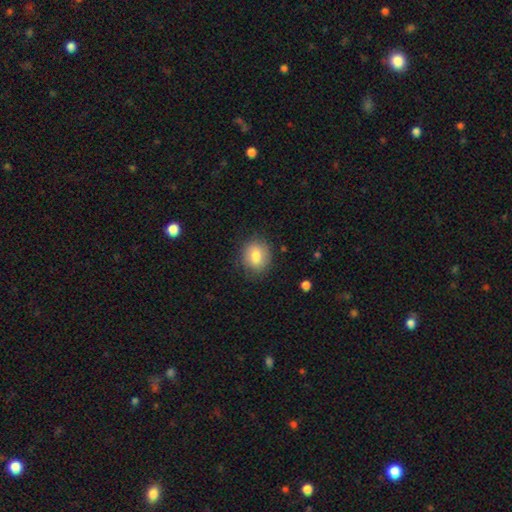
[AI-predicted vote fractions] Q: Smooth or featured?
A: smooth (79%); runner-up: featured or disk (13%)
Q: How rounded?
A: round (62%); runner-up: in between (37%)
Q: Merging?
A: none (80%); runner-up: minor disturbance (14%)